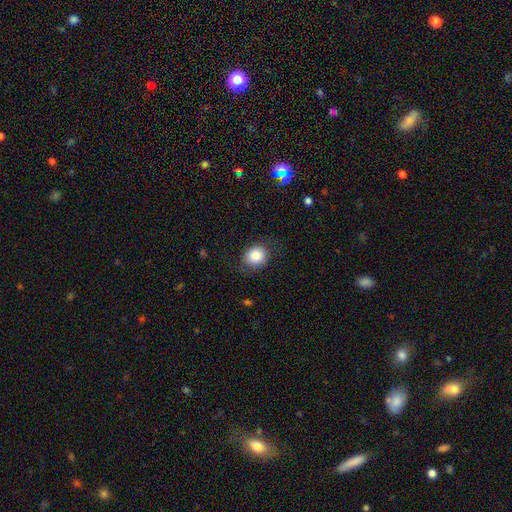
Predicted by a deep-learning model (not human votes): Smooth or featured: smooth — 85% (star or artifact — 8%)
How rounded: round — 66% (in between — 33%)
Merging: none — 74% (minor disturbance — 17%)